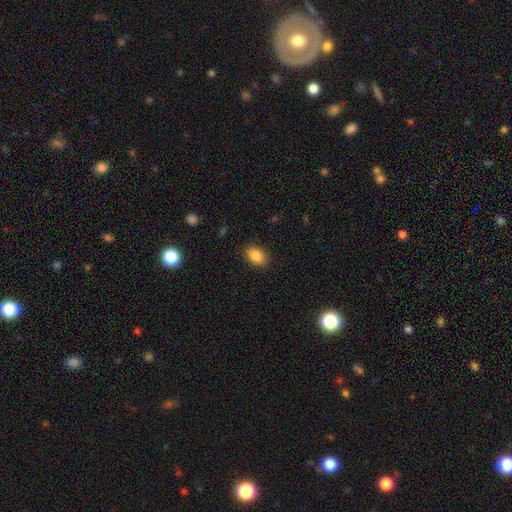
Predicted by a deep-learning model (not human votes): This appears to be a smooth galaxy with no disk features (87%) that is in between round and cigar-shaped (82%). Merging: none (88%).